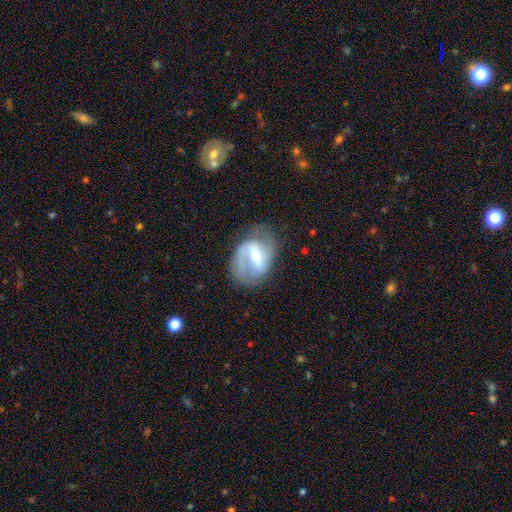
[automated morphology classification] A featured or disk galaxy (75%) with a strong bar (44%), 2 (68%) medium (45%) spiral arms (82%) and a moderate central bulge (53%).

Vote fractions:
- Smooth or featured? featured or disk: 75% / smooth: 18% / star or artifact: 7%
- Edge-on disk? no: 96% / yes: 4%
- Bar? strong: 44% / weak: 43% / no: 13%
- Spiral arms? yes: 82% / no: 18%
- Spiral winding? medium: 45% / loose: 34% / tight: 21%
- Spiral arm count? 2: 68% / 1: 16% / can't tell: 12% / 3: 2% / 4: 1% / more than 4: 1%
- Bulge size? moderate: 53% / small: 40% / large: 4% / none: 2% / dominant: 1%
- Merging? none: 60% / minor disturbance: 23% / major disturbance: 15% / merger: 2%